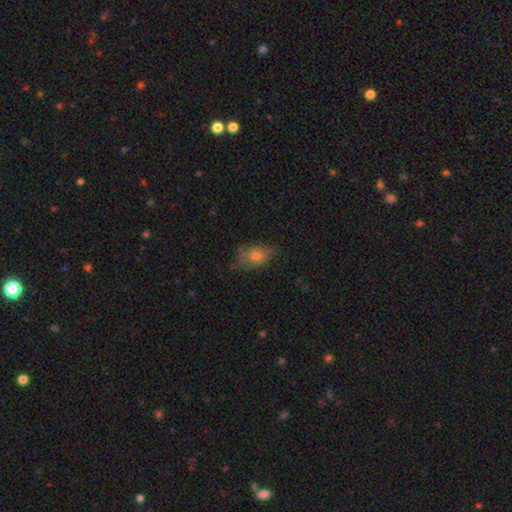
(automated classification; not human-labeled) smooth-or-featured: smooth: 70% | featured or disk: 21% | star or artifact: 9%
  how-rounded: in between: 78% | round: 21% | cigar-shaped: 2%
  merging: none: 54% | minor disturbance: 32% | major disturbance: 12% | merger: 2%